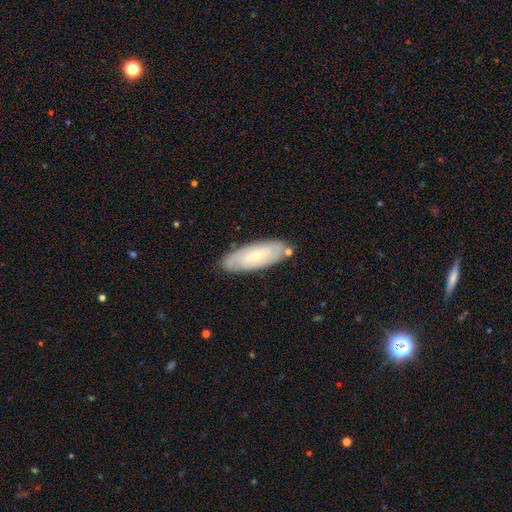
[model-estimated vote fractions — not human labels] A featured or disk galaxy (50%). Merging: none (82%).